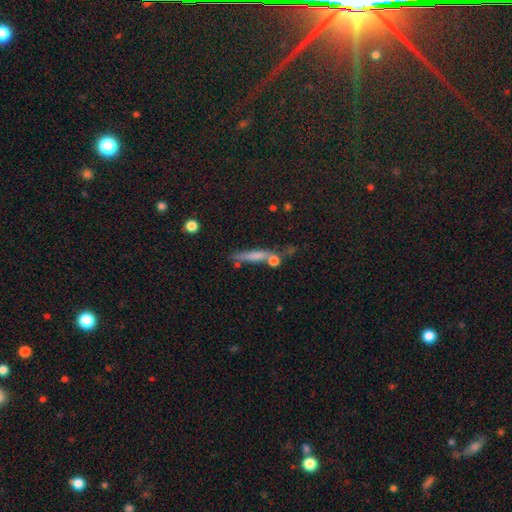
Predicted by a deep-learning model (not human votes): A smooth galaxy with no disk features (59%) that is cigar-shaped (86%). Merging: none (60%).